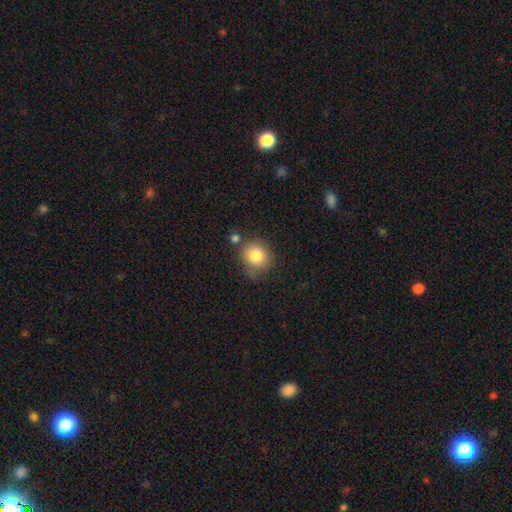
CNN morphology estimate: Smooth or featured?
  - smooth: 83% *
  - star or artifact: 9%
  - featured or disk: 8%
How rounded?
  - round: 81% *
  - in between: 18%
  - cigar-shaped: 1%
Merging?
  - none: 65% *
  - minor disturbance: 18%
  - merger: 12%
  - major disturbance: 5%